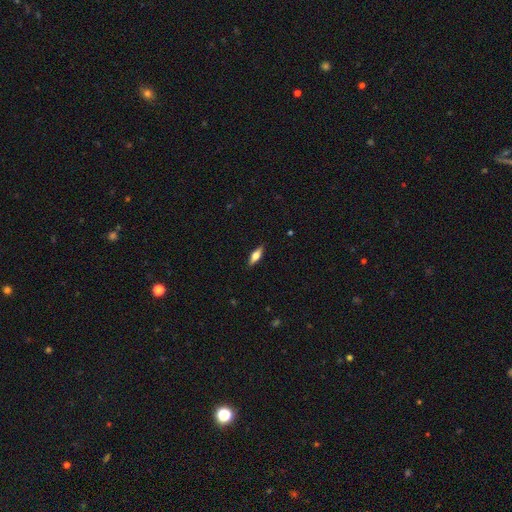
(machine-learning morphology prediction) Smooth or featured?
  - smooth: 52% *
  - featured or disk: 41%
  - star or artifact: 7%
How rounded?
  - in between: 57% *
  - cigar-shaped: 40%
  - round: 3%
Merging?
  - none: 88% *
  - minor disturbance: 9%
  - major disturbance: 2%
  - merger: 1%